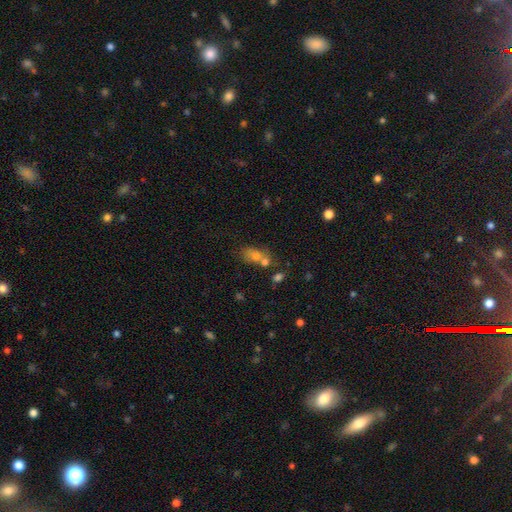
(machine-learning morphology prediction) This is likely a smooth galaxy (64%). How rounded: likely in between (68%). Merging: marginally none (42%).